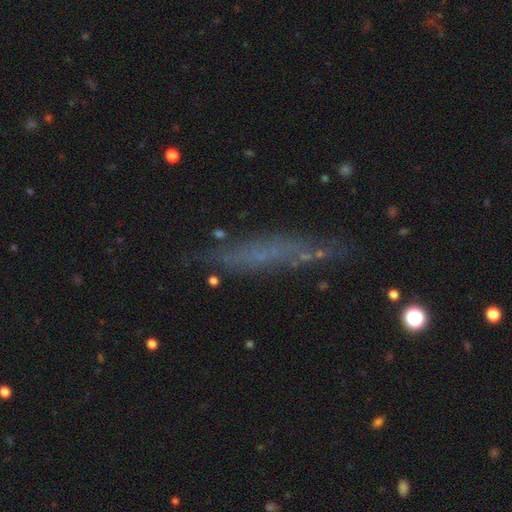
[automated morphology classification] Smooth or featured?
  - smooth: 45% *
  - featured or disk: 40%
  - star or artifact: 15%
Merging?
  - none: 66% *
  - minor disturbance: 20%
  - major disturbance: 10%
  - merger: 4%